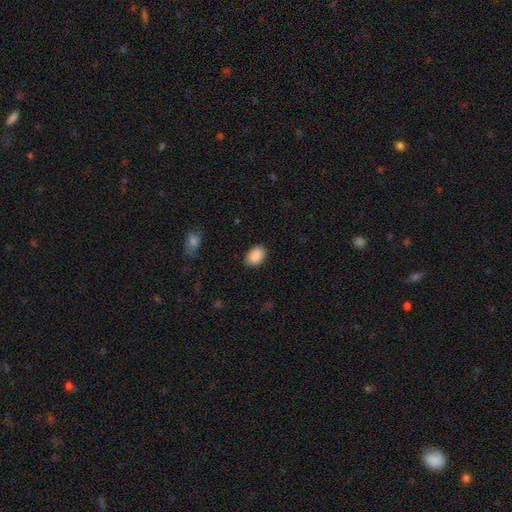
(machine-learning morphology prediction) This is clearly a smooth galaxy (90%). How rounded: clearly in between (83%). Merging: clearly none (87%).